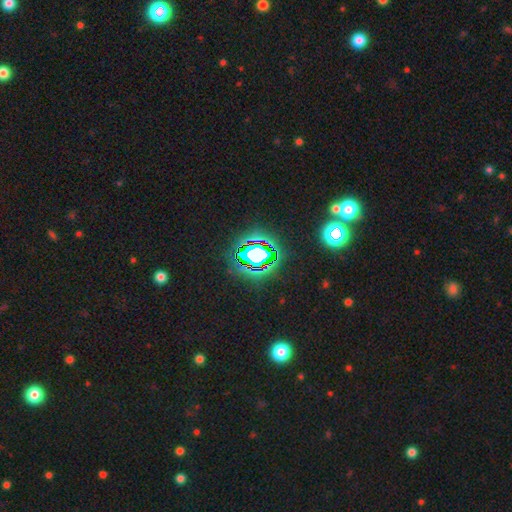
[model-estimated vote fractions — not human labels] Overall: star or artifact (67%).